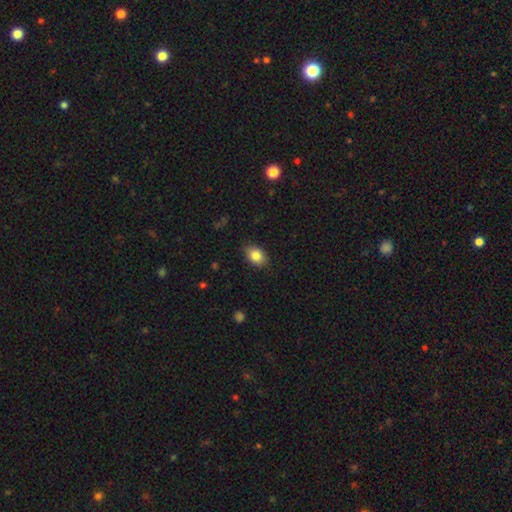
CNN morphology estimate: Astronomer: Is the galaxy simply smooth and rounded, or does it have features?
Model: smooth — 84%.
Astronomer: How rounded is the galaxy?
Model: in between — 77%.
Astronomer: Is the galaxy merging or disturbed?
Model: none — 84%.